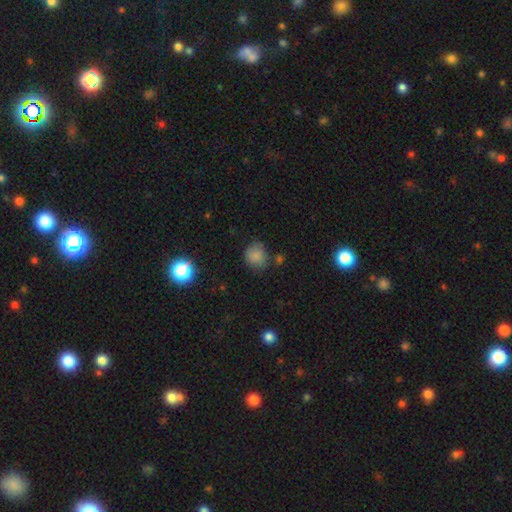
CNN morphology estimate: The model was most divided on "merging": none: 68%, minor disturbance: 22%, major disturbance: 5%, merger: 5%. More confident: smooth or featured — smooth (81%); how rounded — round (76%).